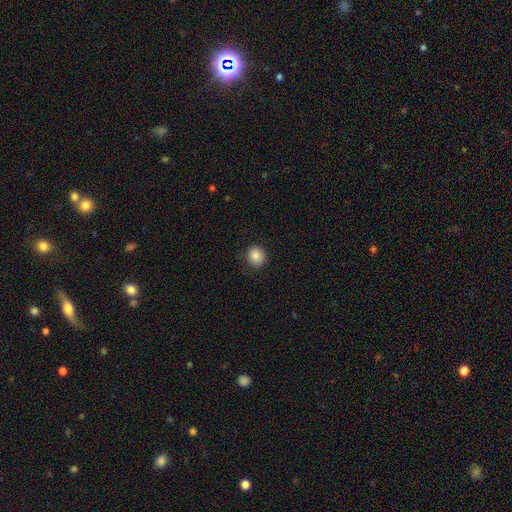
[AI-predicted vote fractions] Morphology: type=smooth (85%); roundness=round (85%); merging=none (87%).